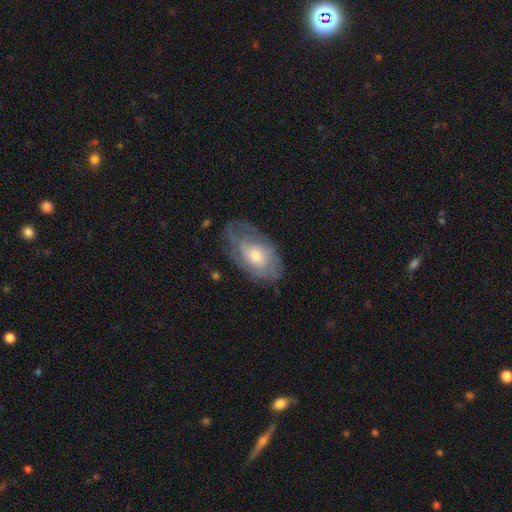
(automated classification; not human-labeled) A featured or disk galaxy (62%) with no bar (79%), spiral arms (77%) and a moderate central bulge (59%). Merging: none (62%).